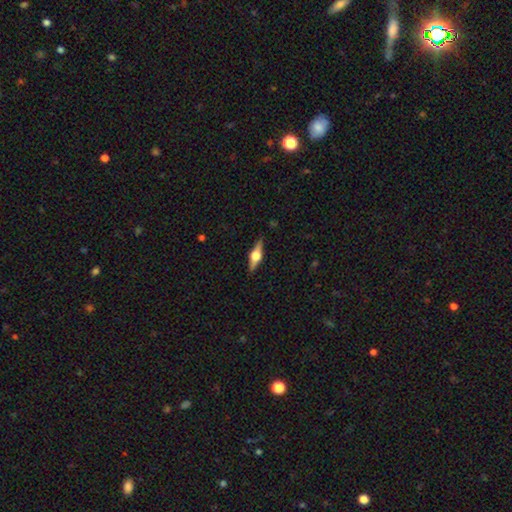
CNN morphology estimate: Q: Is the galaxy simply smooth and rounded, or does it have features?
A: featured or disk — 75%.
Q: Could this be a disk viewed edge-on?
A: yes — 97%.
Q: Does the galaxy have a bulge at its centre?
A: rounded — 94%.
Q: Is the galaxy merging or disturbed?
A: none — 89%.